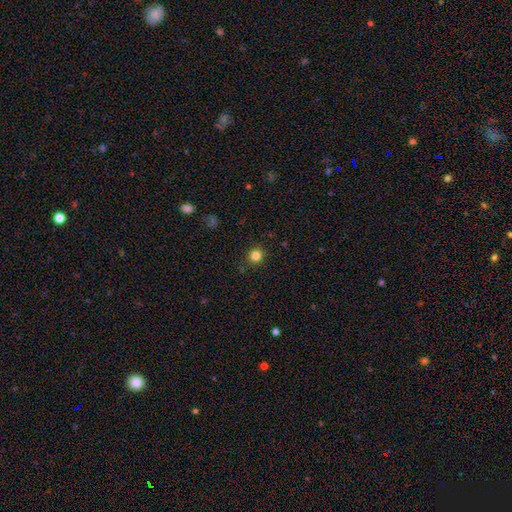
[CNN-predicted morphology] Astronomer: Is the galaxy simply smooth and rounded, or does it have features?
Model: smooth — 82%.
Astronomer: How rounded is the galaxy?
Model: round — 91%.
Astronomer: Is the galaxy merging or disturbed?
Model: none — 89%.